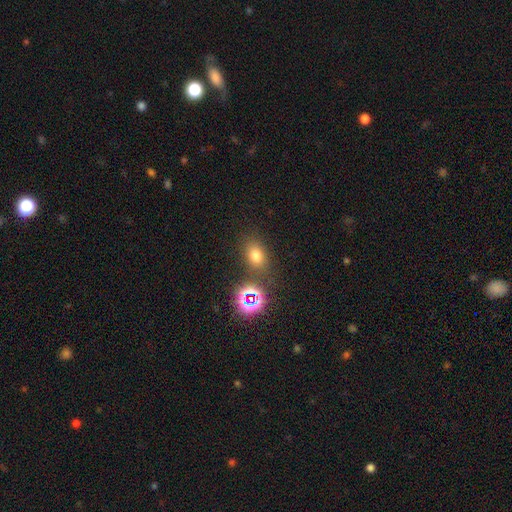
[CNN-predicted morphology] Q: Smooth or featured?
A: smooth (68%); runner-up: star or artifact (24%)
Q: How rounded?
A: in between (65%); runner-up: round (34%)
Q: Merging?
A: none (78%); runner-up: minor disturbance (11%)